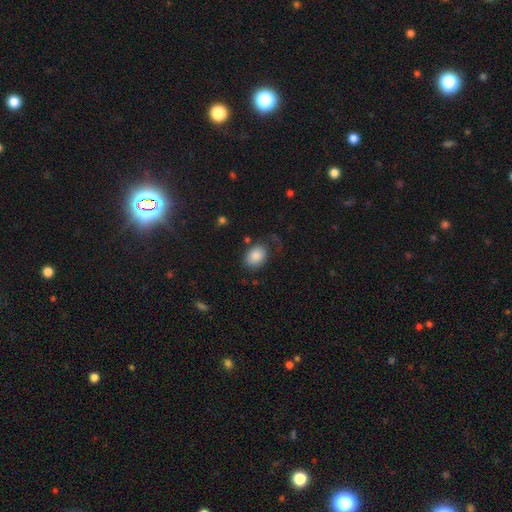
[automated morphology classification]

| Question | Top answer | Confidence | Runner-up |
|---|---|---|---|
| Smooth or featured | smooth | 86% | star or artifact (7%) |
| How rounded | in between | 72% | round (27%) |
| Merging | none | 70% | minor disturbance (18%) |